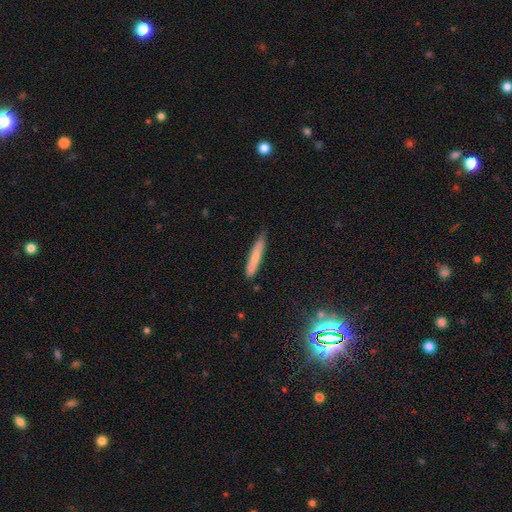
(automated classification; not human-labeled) Smooth or featured?
  - smooth: 72% *
  - featured or disk: 22%
  - star or artifact: 6%
How rounded?
  - cigar-shaped: 92% *
  - in between: 7%
  - round: 1%
Merging?
  - none: 69% *
  - minor disturbance: 22%
  - merger: 5%
  - major disturbance: 4%